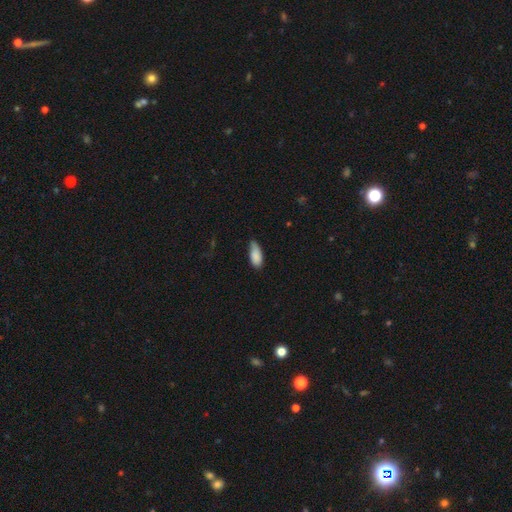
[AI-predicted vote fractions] Smooth or featured? smooth (87%)
How rounded? in between (85%)
Merging? none (57%)